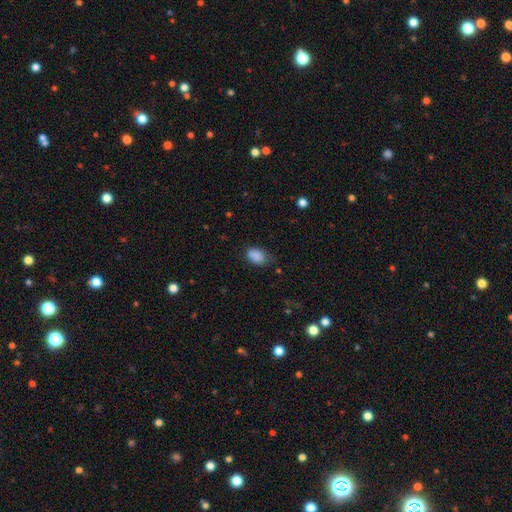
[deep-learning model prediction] This appears to be a smooth galaxy with no disk features (88%) that is in between round and cigar-shaped (86%). Merging: none (68%).